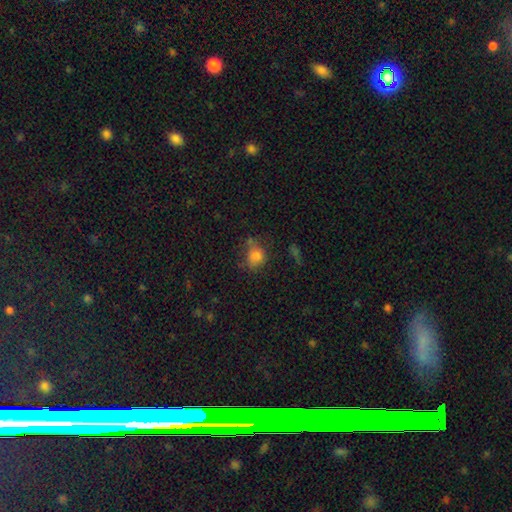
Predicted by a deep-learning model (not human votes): The model was most divided on "merging": none: 50%, minor disturbance: 27%, major disturbance: 15%, merger: 7%. More confident: smooth or featured — smooth (78%); how rounded — round (61%).